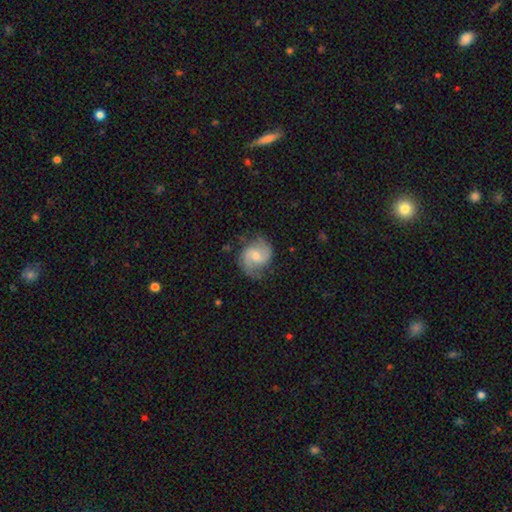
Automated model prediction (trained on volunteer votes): This is clearly a featured or disk galaxy (81%). It is clearly not viewed edge-on (98%). Bar: possibly weak (51%). Spiral arm pattern: clearly yes (96%). Spiral arm count: clearly 2 (89%). Spiral winding: possibly medium (54%). Central bulge: possibly moderate (51%). Merging: likely none (73%).